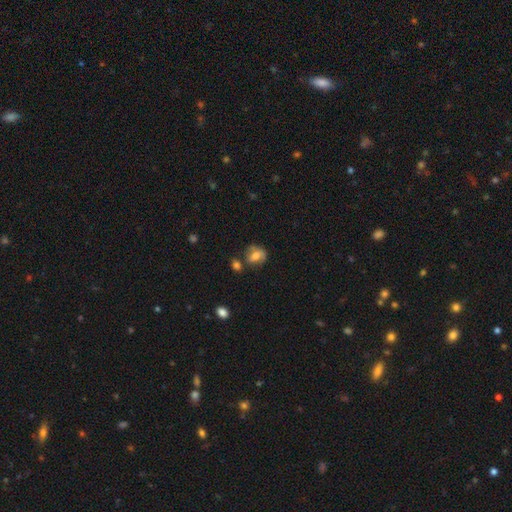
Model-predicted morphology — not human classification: Smooth or featured? Predicted: smooth (p=0.51). How rounded? Predicted: in between (p=0.56). Merging? Predicted: none (p=0.54).